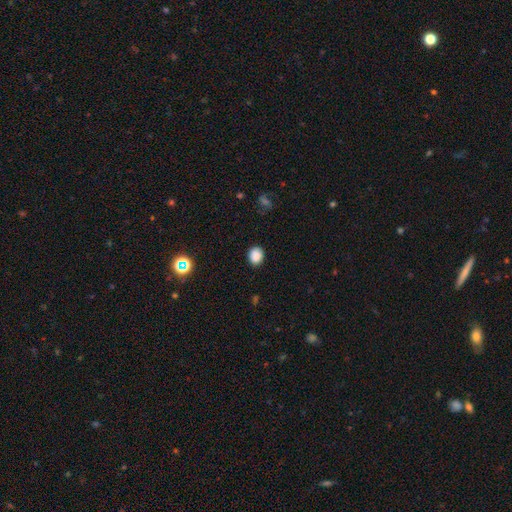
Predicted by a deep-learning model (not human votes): Q: Smooth or featured?
A: smooth (86%); runner-up: star or artifact (11%)
Q: How rounded?
A: round (65%); runner-up: in between (34%)
Q: Merging?
A: none (87%); runner-up: minor disturbance (9%)